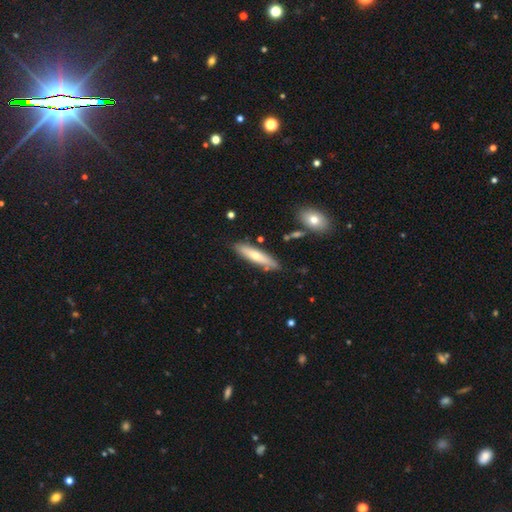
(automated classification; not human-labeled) Smooth or featured? smooth (60%)
How rounded? cigar-shaped (75%)
Merging? none (82%)